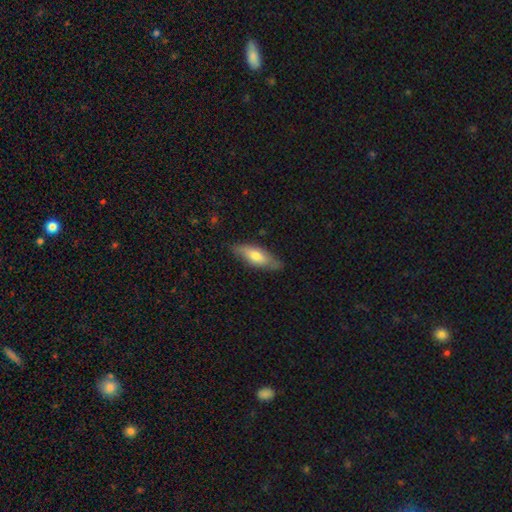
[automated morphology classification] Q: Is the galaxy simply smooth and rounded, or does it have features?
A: smooth — 64%.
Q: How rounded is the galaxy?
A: in between — 59%.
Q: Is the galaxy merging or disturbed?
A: none — 78%.